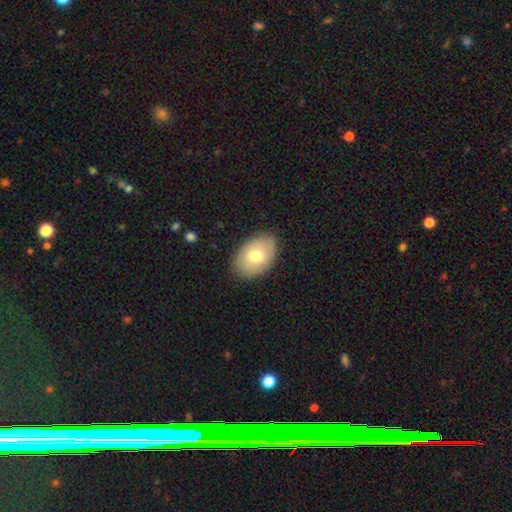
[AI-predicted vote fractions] The model was most divided on "smooth or featured": smooth: 70%, featured or disk: 23%, star or artifact: 7%. More confident: how rounded — in between (86%); merging — none (82%).